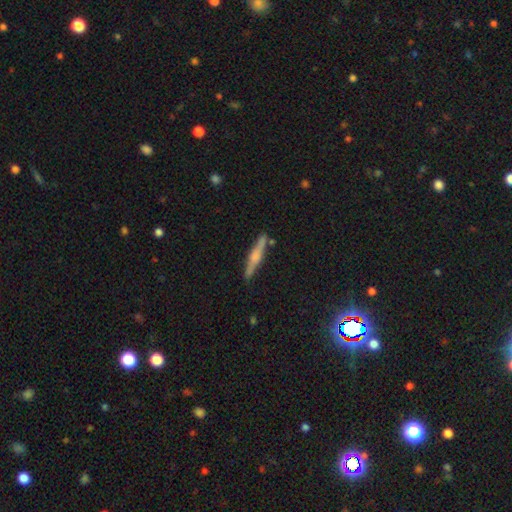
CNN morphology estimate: A featured or disk galaxy (59%) viewed edge-on (97%) with a rounded central bulge (70%). Merging: none (86%).